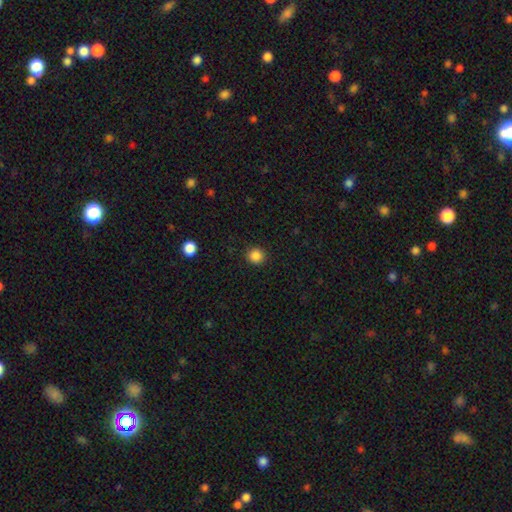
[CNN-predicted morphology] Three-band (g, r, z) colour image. It shows a smooth galaxy with no disk features (86%) that is round (92%). Merging: none (91%).